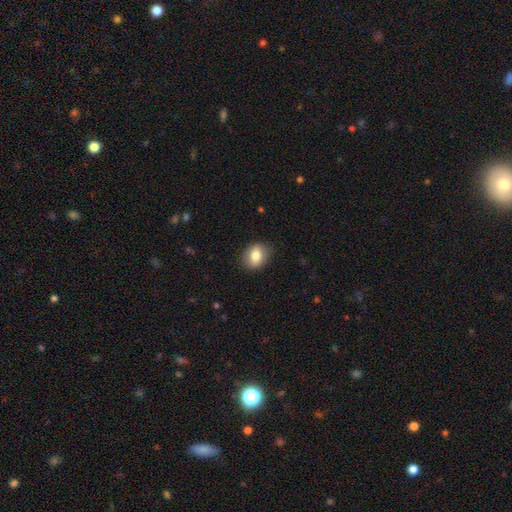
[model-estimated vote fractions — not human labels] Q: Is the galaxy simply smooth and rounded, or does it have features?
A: smooth — 79%.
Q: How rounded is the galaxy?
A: in between — 57%.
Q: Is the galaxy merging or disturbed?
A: none — 84%.